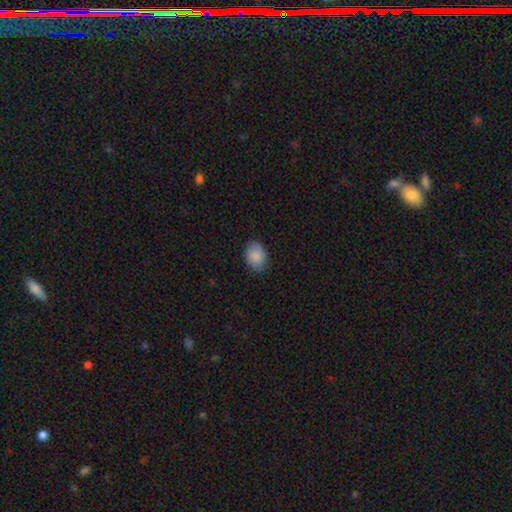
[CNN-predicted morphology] A smooth galaxy with no disk features (88%) that is in between round and cigar-shaped (69%). Merging: none (83%).